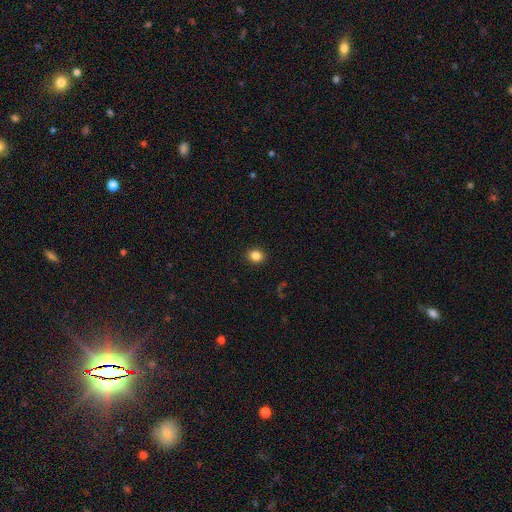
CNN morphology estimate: This appears to be a smooth galaxy with no disk features (85%) that is round (66%). Merging: none (91%).